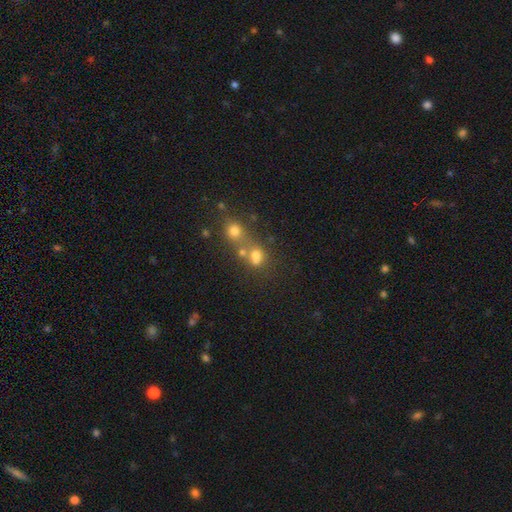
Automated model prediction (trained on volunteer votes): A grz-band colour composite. It shows a smooth galaxy with no disk features (65%) that is round (66%). Merging: merger (54%).